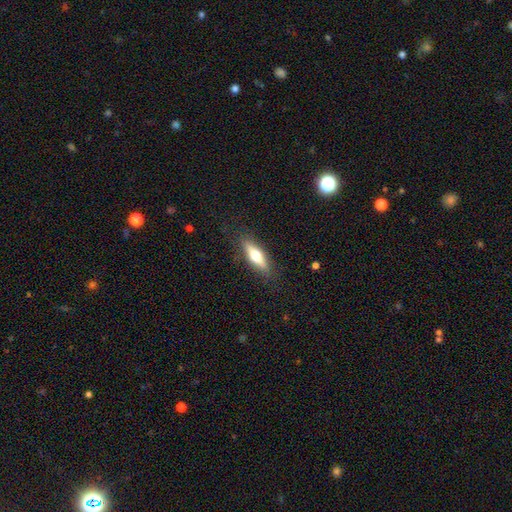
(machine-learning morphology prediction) Smooth or featured: smooth — 53% (featured or disk — 41%)
How rounded: cigar-shaped — 56% (in between — 41%)
Merging: none — 86% (minor disturbance — 11%)